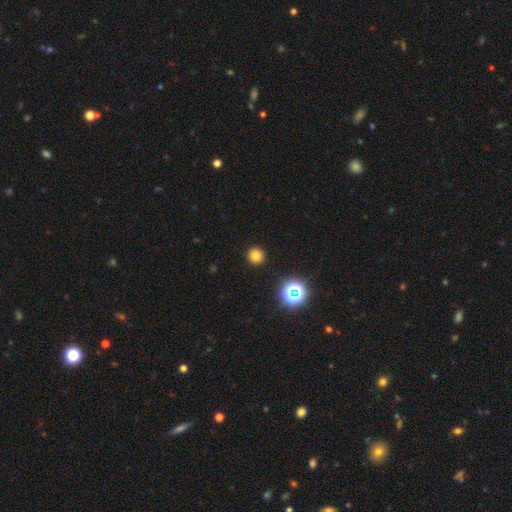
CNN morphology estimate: Overall: smooth (77%). How rounded: round (94%). Merging: none (92%).